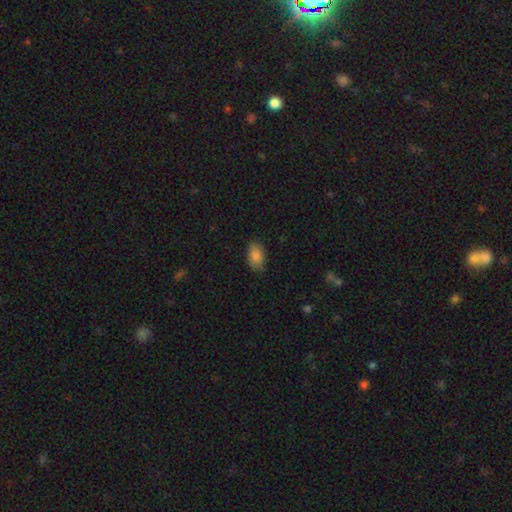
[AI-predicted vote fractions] A smooth galaxy with no disk features (86%) that is in between round and cigar-shaped (91%). Merging: none (81%).